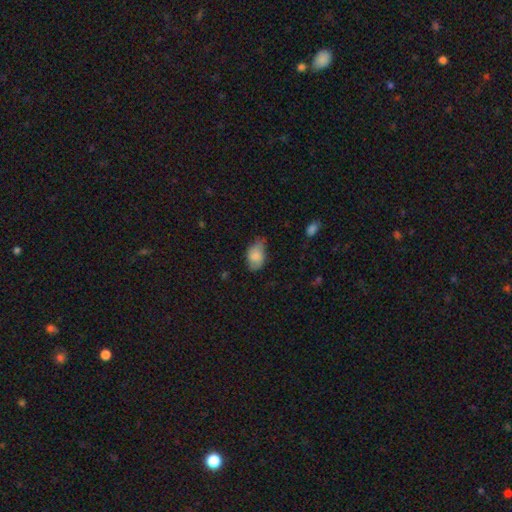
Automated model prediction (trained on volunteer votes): Q: Smooth or featured?
A: smooth (79%); runner-up: featured or disk (14%)
Q: How rounded?
A: in between (88%); runner-up: round (11%)
Q: Merging?
A: none (45%); runner-up: minor disturbance (42%)